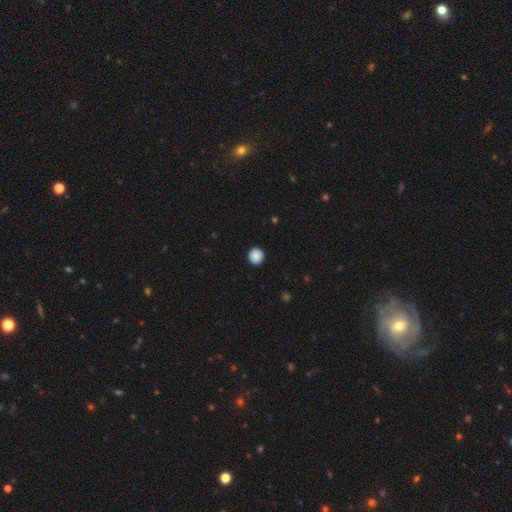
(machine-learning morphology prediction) Overall: smooth (89%). How rounded: round (93%). Merging: none (93%).